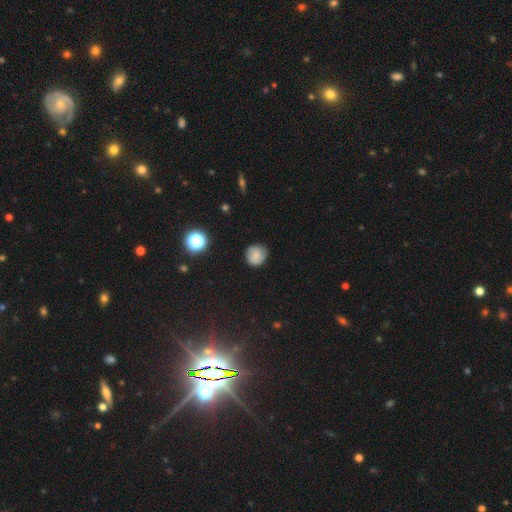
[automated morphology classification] Q: Smooth or featured?
A: smooth (79%); runner-up: star or artifact (11%)
Q: How rounded?
A: round (88%); runner-up: in between (11%)
Q: Merging?
A: none (79%); runner-up: minor disturbance (16%)